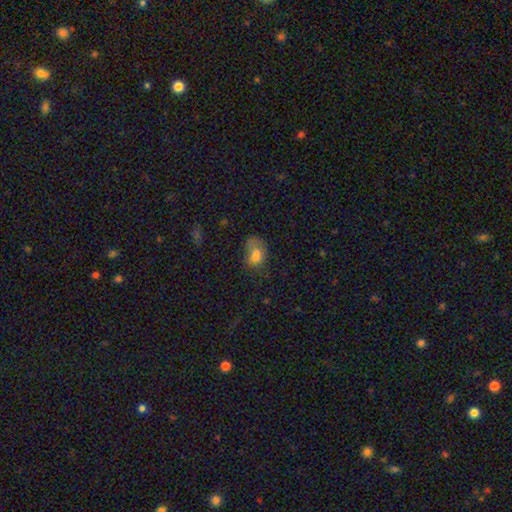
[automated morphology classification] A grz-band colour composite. It shows a smooth galaxy with no disk features (69%) that is in between round and cigar-shaped (64%). Merging: merger (52%).